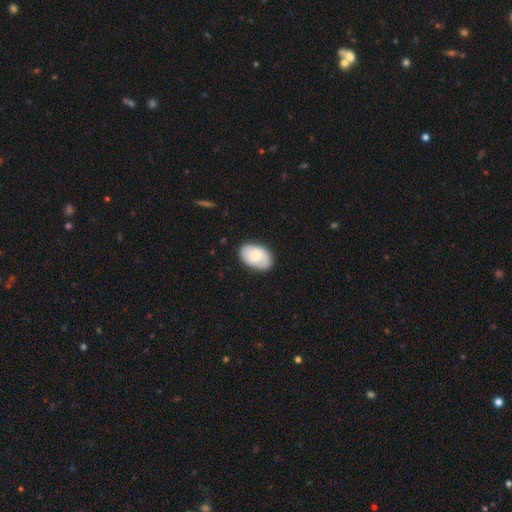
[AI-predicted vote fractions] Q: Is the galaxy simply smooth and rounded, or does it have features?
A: smooth — 69%.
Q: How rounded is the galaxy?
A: in between — 91%.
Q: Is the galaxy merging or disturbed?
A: none — 81%.